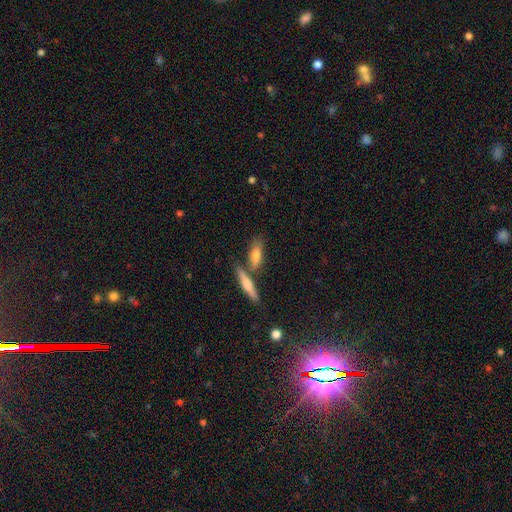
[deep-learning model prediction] Smooth or featured? smooth (66%)
How rounded? in between (51%)
Merging? none (59%)